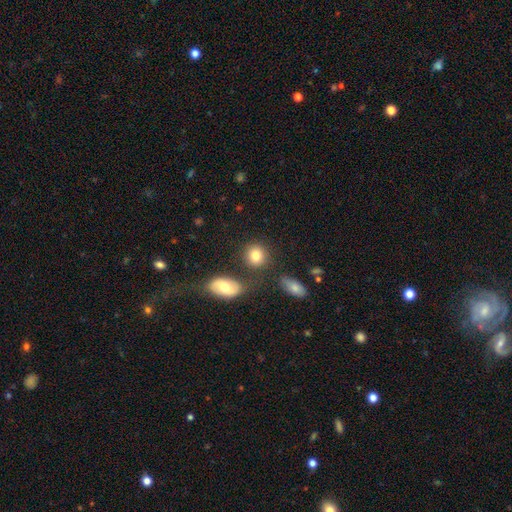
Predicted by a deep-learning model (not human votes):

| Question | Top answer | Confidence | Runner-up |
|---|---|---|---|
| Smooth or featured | smooth | 82% | featured or disk (9%) |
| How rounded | round | 78% | in between (21%) |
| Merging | none | 76% | minor disturbance (10%) |